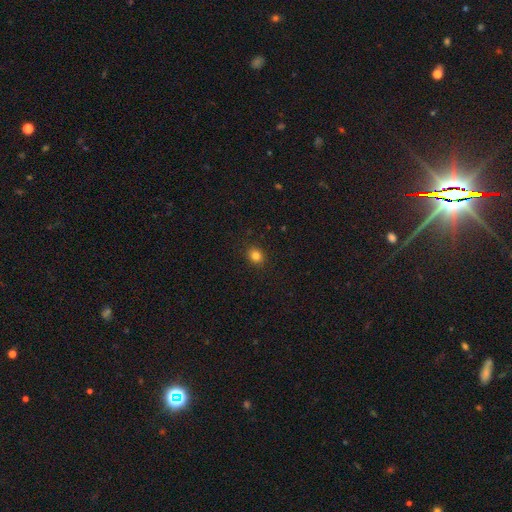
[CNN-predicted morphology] Smooth or featured?
  - smooth: 82% *
  - star or artifact: 12%
  - featured or disk: 5%
How rounded?
  - round: 64% *
  - in between: 35%
  - cigar-shaped: 1%
Merging?
  - none: 90% *
  - minor disturbance: 7%
  - major disturbance: 2%
  - merger: 1%